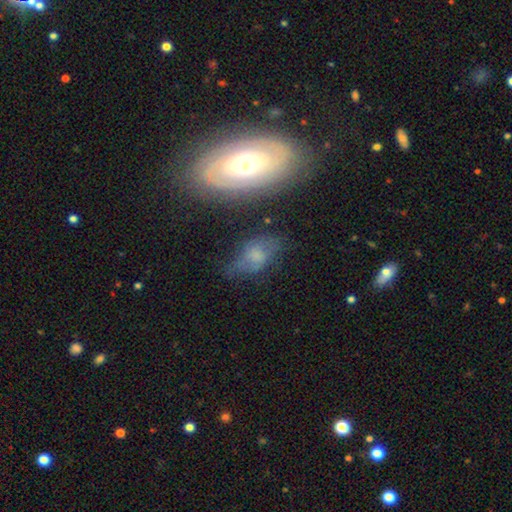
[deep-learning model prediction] smooth_or_featured: smooth (p=0.49) [alt: featured or disk p=0.36]
merging: none (p=0.48) [alt: minor disturbance p=0.29]